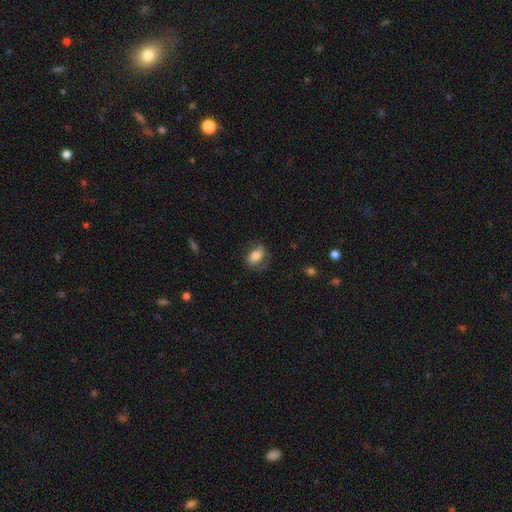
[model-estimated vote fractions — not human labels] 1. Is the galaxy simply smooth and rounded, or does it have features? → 70% smooth, 22% featured or disk, 8% star or artifact.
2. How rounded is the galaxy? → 84% in between, 13% round, 2% cigar-shaped.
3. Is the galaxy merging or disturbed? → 66% none, 21% minor disturbance, 11% major disturbance, 1% merger.